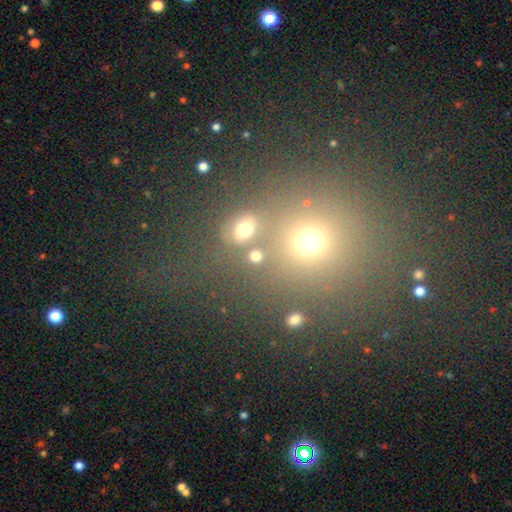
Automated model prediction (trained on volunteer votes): A smooth galaxy with no disk features (69%) that is round (77%). Merging: none (68%).